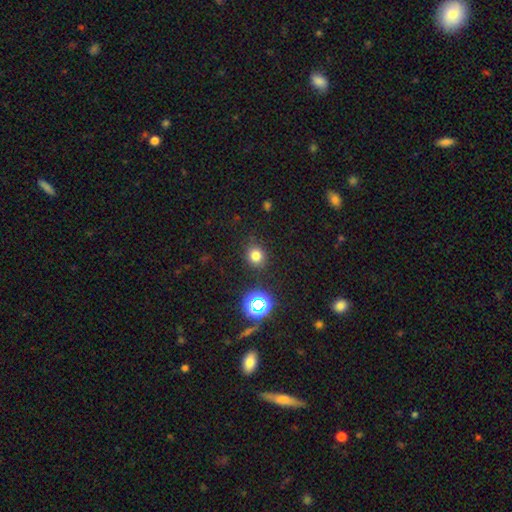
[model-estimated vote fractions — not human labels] This appears to be a smooth galaxy with no disk features (75%) that is round (81%). Merging: none (87%).